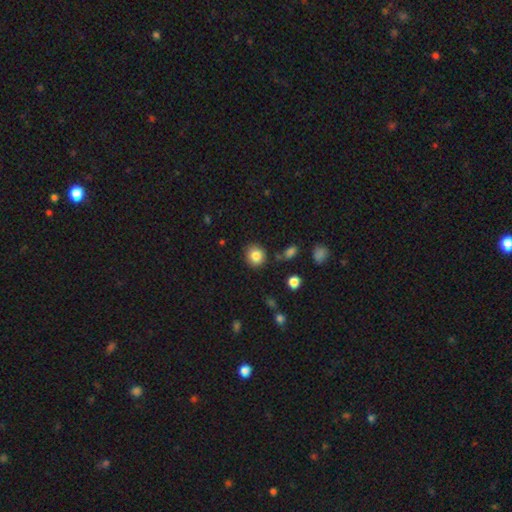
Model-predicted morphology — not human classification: Q: Smooth or featured?
A: smooth (84%); runner-up: star or artifact (10%)
Q: How rounded?
A: round (83%); runner-up: in between (16%)
Q: Merging?
A: none (84%); runner-up: minor disturbance (10%)